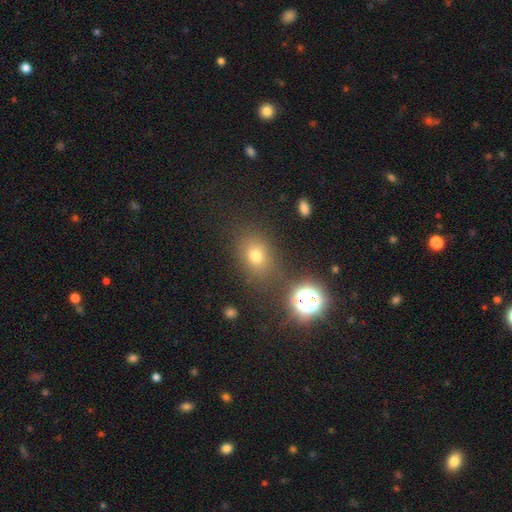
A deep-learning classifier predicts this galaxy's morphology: A smooth galaxy with no disk features (65%) that is round (51%). Merging: none (80%).